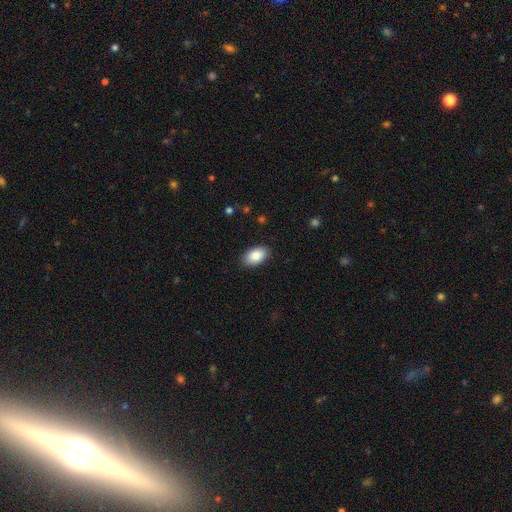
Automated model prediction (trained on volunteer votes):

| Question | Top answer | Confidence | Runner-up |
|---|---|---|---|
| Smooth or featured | smooth | 87% | star or artifact (7%) |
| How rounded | in between | 93% | round (6%) |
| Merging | none | 88% | minor disturbance (9%) |